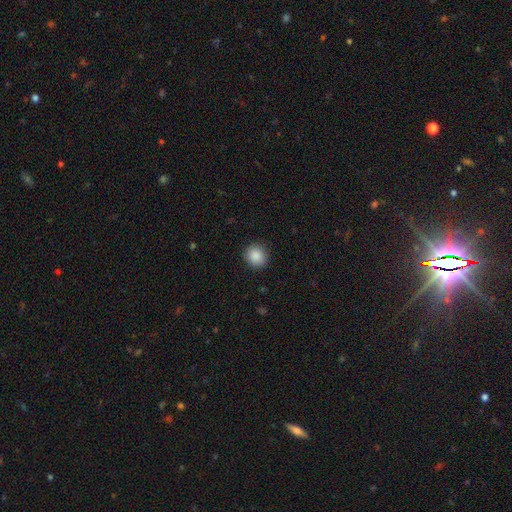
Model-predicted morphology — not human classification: smooth 89%, star or artifact 8%, featured or disk 3%. Down the decision tree: how rounded — round (86%); merging — none (89%).